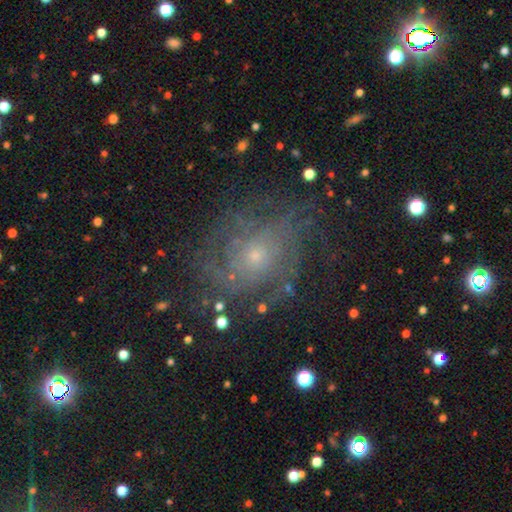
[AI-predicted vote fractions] Overall: featured or disk (73%). Edge-on disk: no (97%). Bar: no (84%). Spiral arms: yes (85%). Spiral arm count: can't tell (46%; 2 13%). Spiral winding: tight (54%; medium 31%). Bulge size: small (73%). Merging: none (68%).